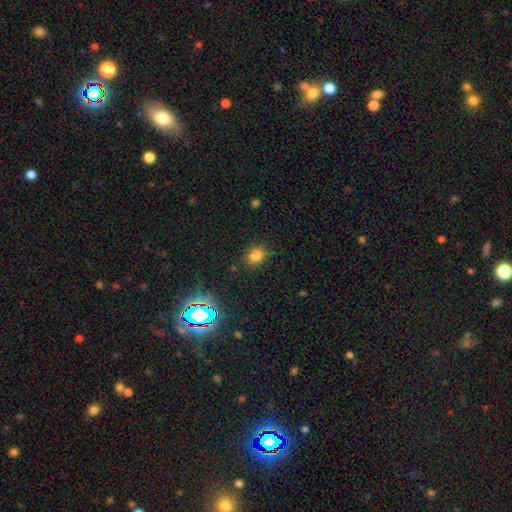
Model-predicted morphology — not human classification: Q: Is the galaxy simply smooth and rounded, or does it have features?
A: smooth — 79%.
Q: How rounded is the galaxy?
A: in between — 50%.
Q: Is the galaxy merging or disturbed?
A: none — 83%.